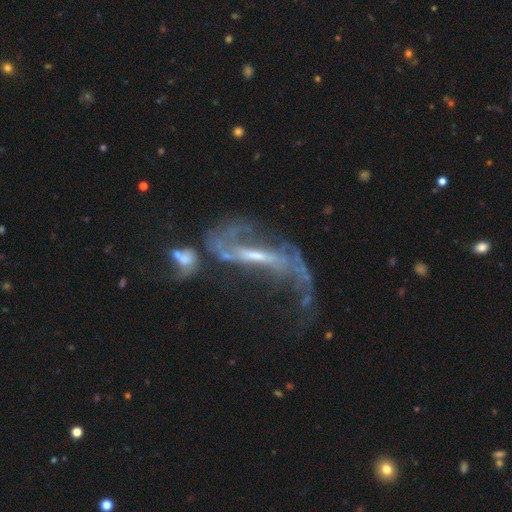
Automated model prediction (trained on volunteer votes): This appears to be a featured or disk galaxy (81%) with a strong bar (44%), 2 (60%) loose (70%) spiral arms (77%) and a small central bulge (41%). Merging: major disturbance (36%).